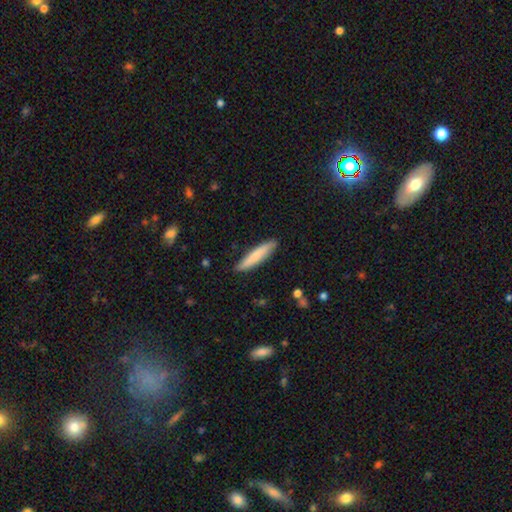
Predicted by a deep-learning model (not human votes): A smooth galaxy with no disk features (75%) that is cigar-shaped (89%). Merging: none (88%).